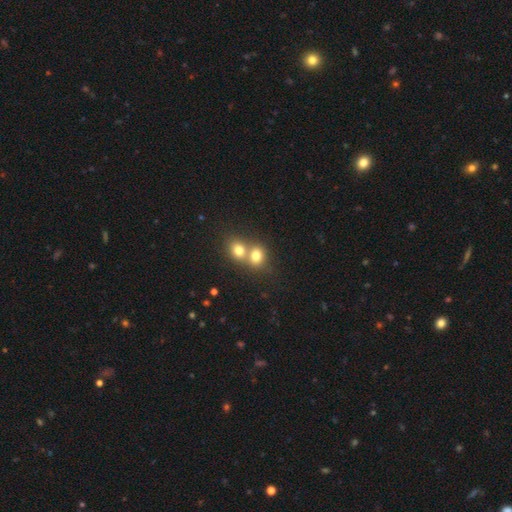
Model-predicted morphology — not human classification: A smooth galaxy with no disk features (76%) that is round (67%).

Vote fractions:
- Smooth or featured? smooth: 76% / featured or disk: 12% / star or artifact: 12%
- How rounded? round: 67% / in between: 32% / cigar-shaped: 1%
- Merging? merger: 64% / none: 29% / minor disturbance: 5% / major disturbance: 2%